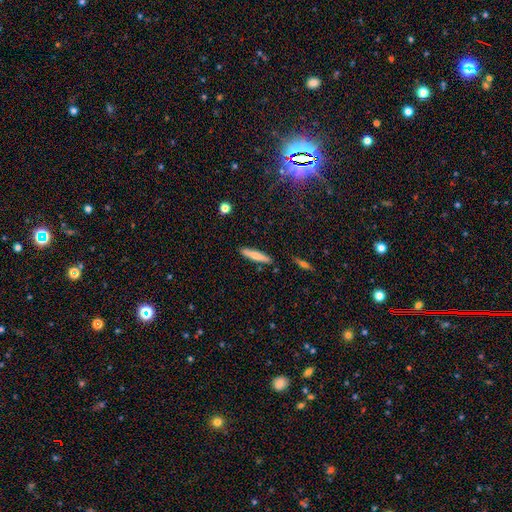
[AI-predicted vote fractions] Overall: smooth (67%). How rounded: cigar-shaped (88%). Merging: none (86%).